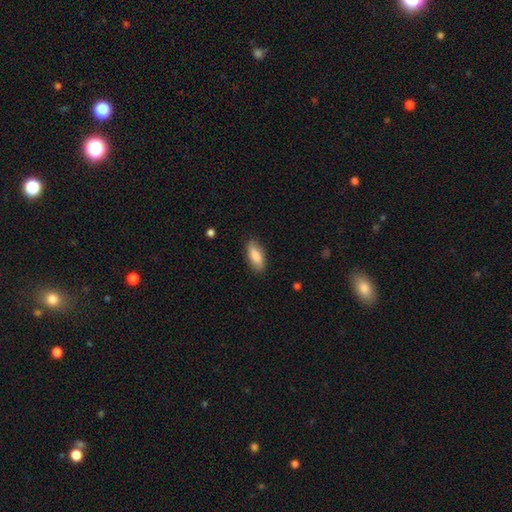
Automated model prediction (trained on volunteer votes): Morphology: type=smooth (84%); roundness=in between (79%); merging=none (85%).